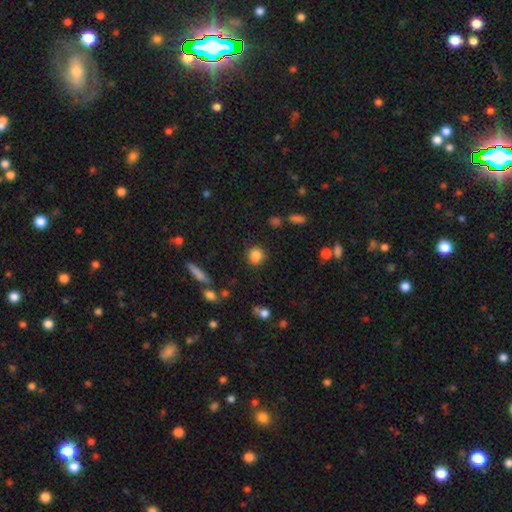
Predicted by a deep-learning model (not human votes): This is clearly a smooth galaxy (83%). How rounded: likely round (72%). Merging: likely none (80%).